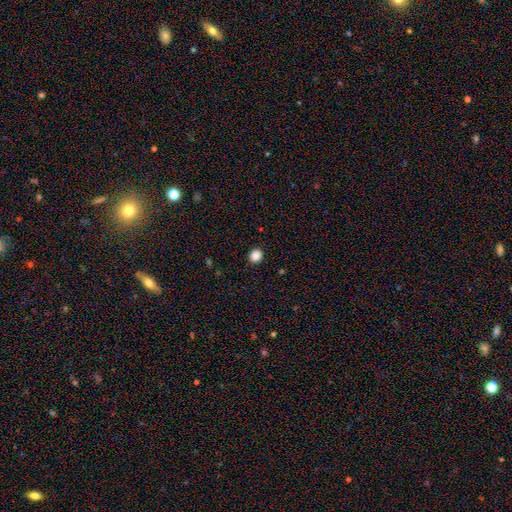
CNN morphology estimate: smooth 87%, star or artifact 11%, featured or disk 3%. Down the decision tree: how rounded — round (81%); merging — none (92%).